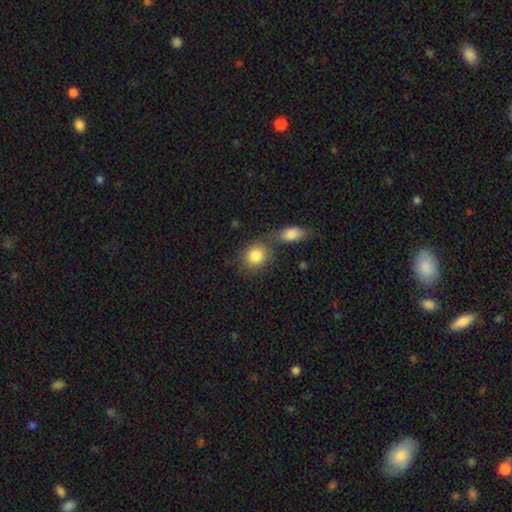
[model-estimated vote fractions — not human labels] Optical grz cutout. It shows a smooth galaxy with no disk features (85%) that is round (68%). Merging: none (56%).